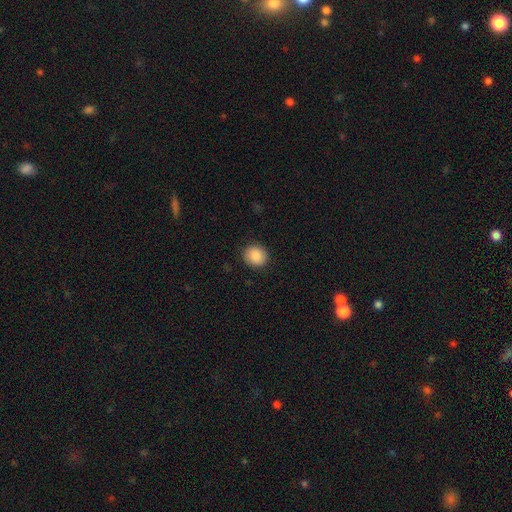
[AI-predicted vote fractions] Morphology: type=smooth (88%); roundness=round (82%); merging=none (90%).